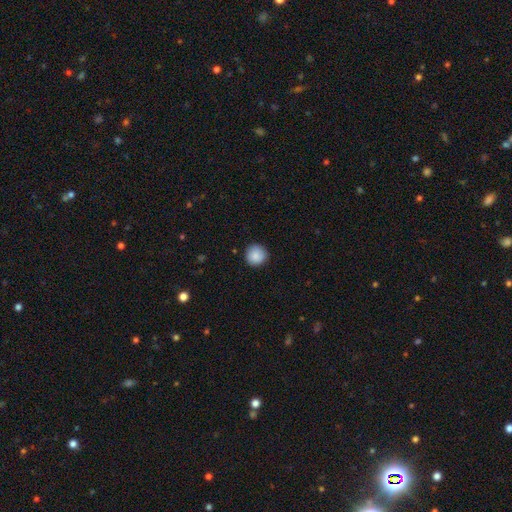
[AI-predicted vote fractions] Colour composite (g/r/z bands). It shows a smooth galaxy with no disk features (88%) that is round (95%). Merging: none (90%).